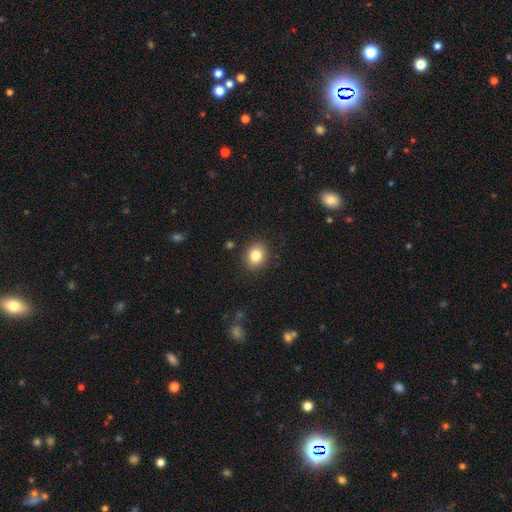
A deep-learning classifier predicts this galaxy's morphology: Smooth or featured?
  - smooth: 83% *
  - star or artifact: 10%
  - featured or disk: 8%
How rounded?
  - round: 60% *
  - in between: 39%
  - cigar-shaped: 1%
Merging?
  - none: 87% *
  - minor disturbance: 9%
  - major disturbance: 2%
  - merger: 2%